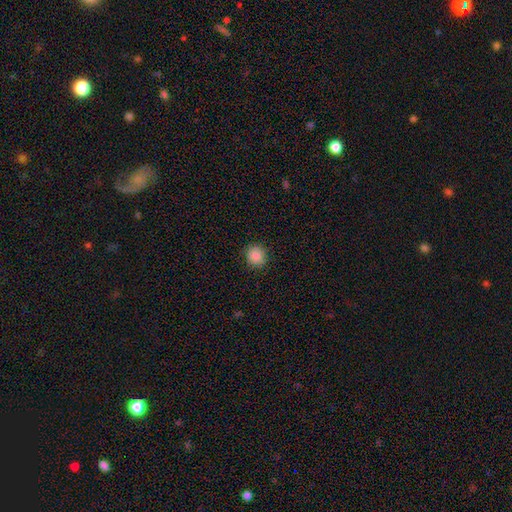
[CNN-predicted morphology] Smooth or featured?
  - smooth: 87% *
  - star or artifact: 9%
  - featured or disk: 4%
How rounded?
  - round: 88% *
  - in between: 11%
  - cigar-shaped: 1%
Merging?
  - none: 89% *
  - minor disturbance: 8%
  - major disturbance: 2%
  - merger: 1%